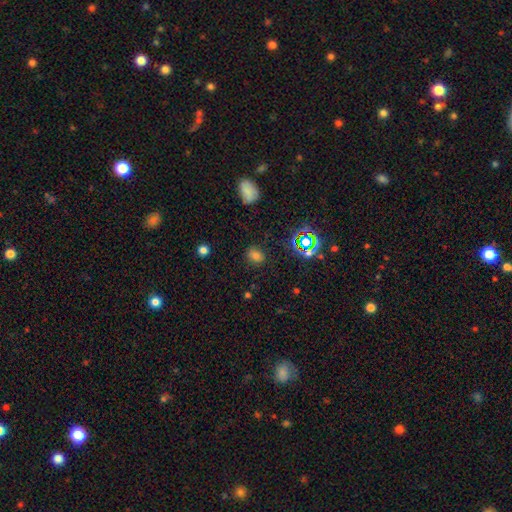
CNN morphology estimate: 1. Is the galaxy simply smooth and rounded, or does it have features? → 69% smooth, 24% star or artifact, 7% featured or disk.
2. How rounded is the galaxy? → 62% in between, 37% round, 2% cigar-shaped.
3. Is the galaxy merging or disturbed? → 83% none, 11% minor disturbance, 4% major disturbance, 2% merger.